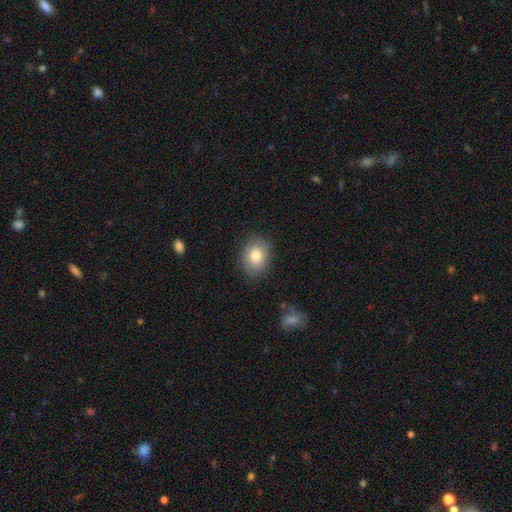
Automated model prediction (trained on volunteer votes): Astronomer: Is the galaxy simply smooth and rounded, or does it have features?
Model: smooth — 78%.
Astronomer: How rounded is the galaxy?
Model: in between — 58% (runner-up: round, 42%).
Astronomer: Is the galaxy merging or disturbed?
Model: none — 81%.